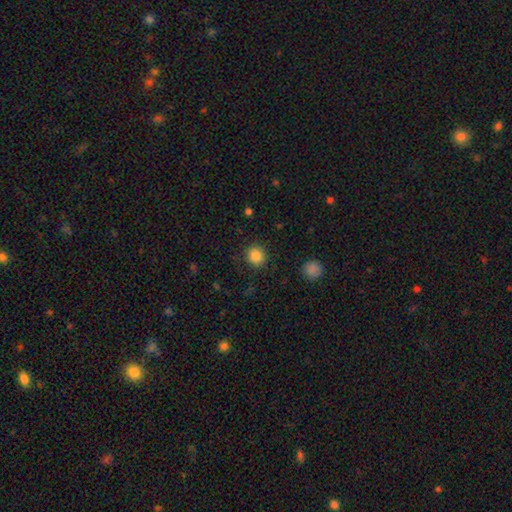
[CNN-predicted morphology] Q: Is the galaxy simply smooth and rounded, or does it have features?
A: smooth — 86%.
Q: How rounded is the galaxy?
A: round — 90%.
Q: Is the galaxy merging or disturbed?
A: none — 89%.